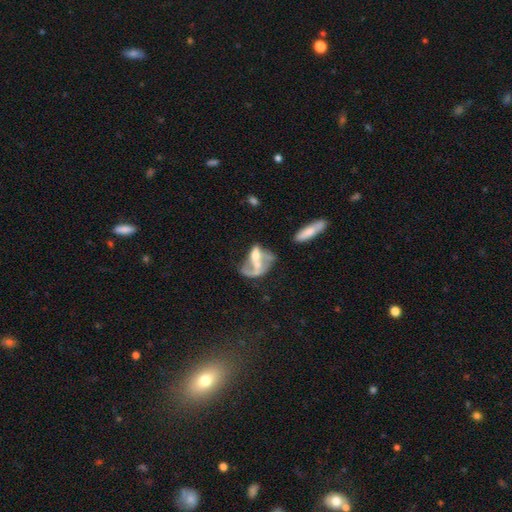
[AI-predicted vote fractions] Smooth or featured? Predicted: featured or disk (p=0.61). Edge-on disk? Predicted: no (p=0.94). Bar? Predicted: no (p=0.62). Spiral arms? Predicted: no (p=0.56). Bulge size? Predicted: moderate (p=0.45). Merging? Predicted: merger (p=0.44).